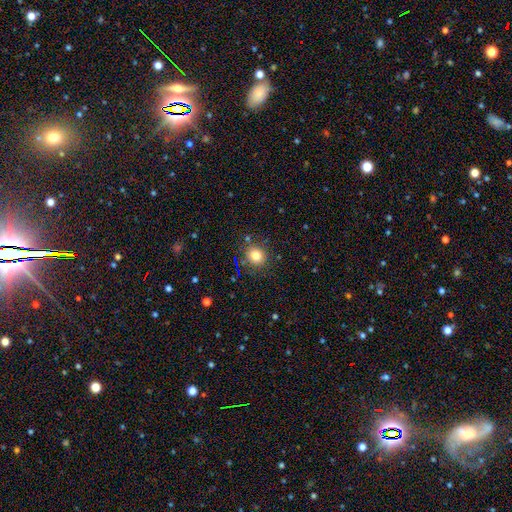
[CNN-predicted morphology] Smooth or featured? Predicted: smooth (p=0.80). How rounded? Predicted: round (p=0.81). Merging? Predicted: none (p=0.82).